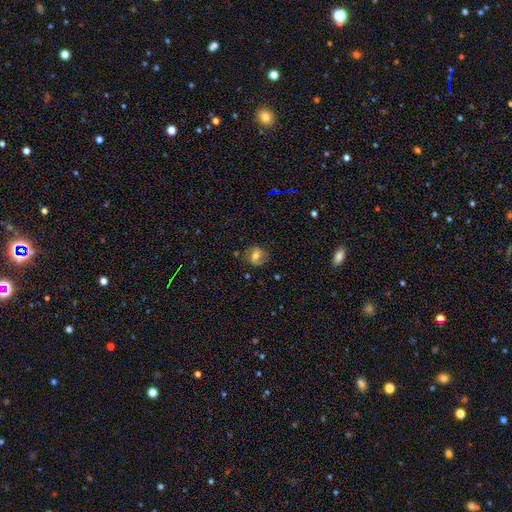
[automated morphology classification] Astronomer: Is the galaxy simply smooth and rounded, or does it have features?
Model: smooth — 58%.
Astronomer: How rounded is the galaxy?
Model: round — 69%.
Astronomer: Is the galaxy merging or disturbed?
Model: none — 78%.